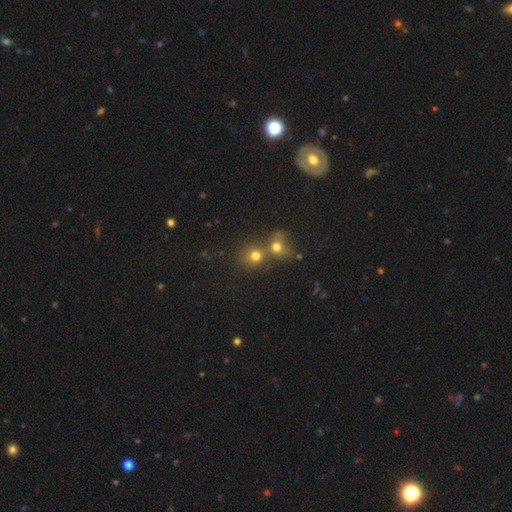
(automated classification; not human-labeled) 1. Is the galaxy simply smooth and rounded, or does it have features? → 73% smooth, 16% star or artifact, 11% featured or disk.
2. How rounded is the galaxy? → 78% round, 21% in between, 1% cigar-shaped.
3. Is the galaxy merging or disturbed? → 52% merger, 38% none, 7% minor disturbance, 4% major disturbance.